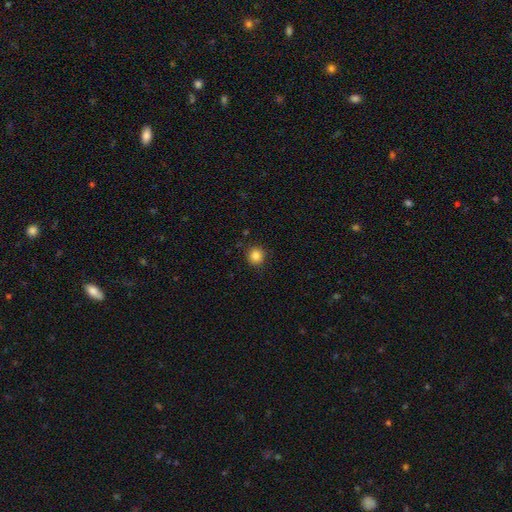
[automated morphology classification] A smooth galaxy with no disk features (85%) that is round (93%).

Vote fractions:
- Smooth or featured? smooth: 85% / star or artifact: 11% / featured or disk: 4%
- How rounded? round: 93% / in between: 6% / cigar-shaped: 1%
- Merging? none: 90% / minor disturbance: 7% / major disturbance: 2% / merger: 1%